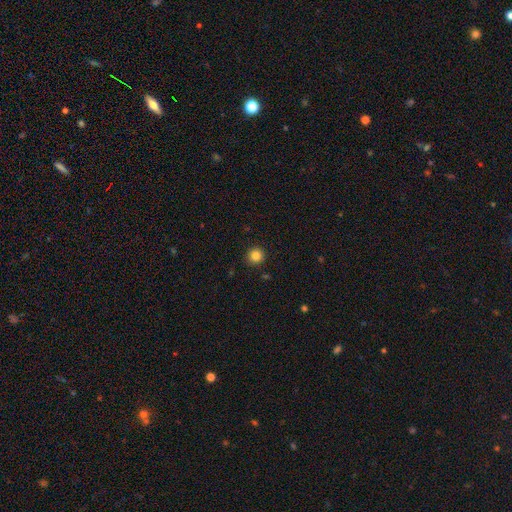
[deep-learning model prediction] Smooth or featured?
  - smooth: 84% *
  - star or artifact: 11%
  - featured or disk: 4%
How rounded?
  - round: 94% *
  - in between: 5%
  - cigar-shaped: 1%
Merging?
  - none: 92% *
  - minor disturbance: 5%
  - major disturbance: 2%
  - merger: 1%